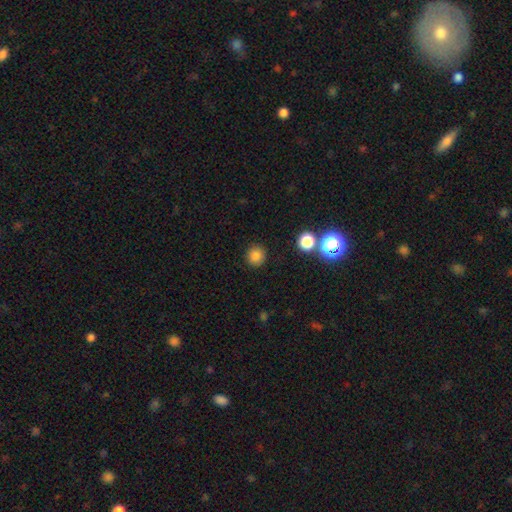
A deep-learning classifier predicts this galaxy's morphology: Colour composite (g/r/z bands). It shows a smooth galaxy with no disk features (82%) that is round (93%). Merging: none (91%).